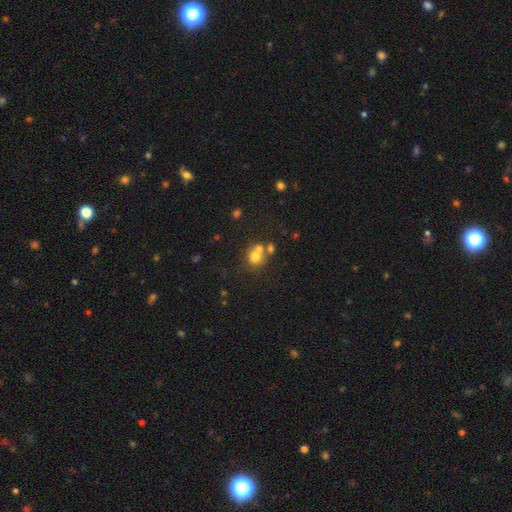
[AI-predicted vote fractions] Morphology: type=smooth (69%); roundness=round (82%); merging=none (45%).